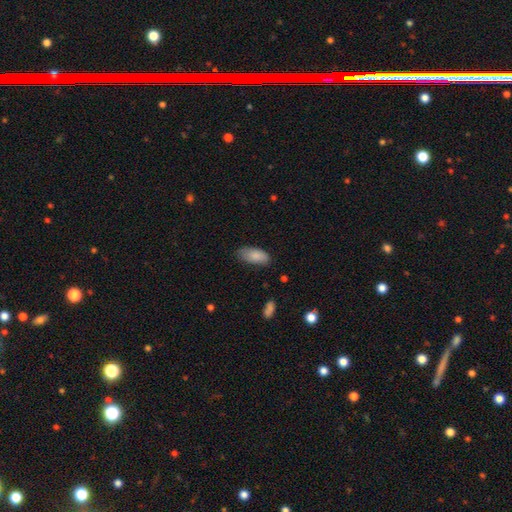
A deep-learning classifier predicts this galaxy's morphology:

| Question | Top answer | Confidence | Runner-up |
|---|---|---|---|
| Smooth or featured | smooth | 86% | featured or disk (8%) |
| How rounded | in between | 90% | cigar-shaped (9%) |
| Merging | none | 69% | minor disturbance (25%) |